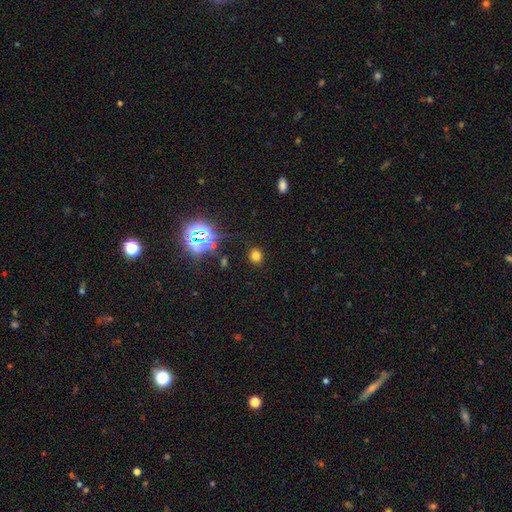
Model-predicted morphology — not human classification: Smooth or featured: smooth — 70% (star or artifact — 24%)
How rounded: round — 77% (in between — 22%)
Merging: none — 88% (minor disturbance — 7%)